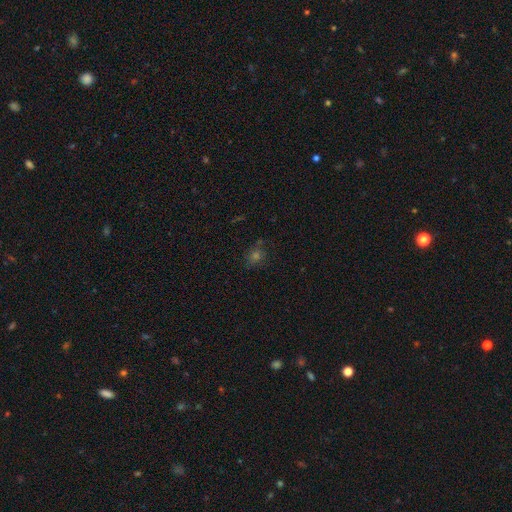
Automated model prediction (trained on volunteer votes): Smooth or featured: smooth — 51% (star or artifact — 36%)
How rounded: round — 72% (in between — 27%)
Merging: none — 78% (minor disturbance — 14%)